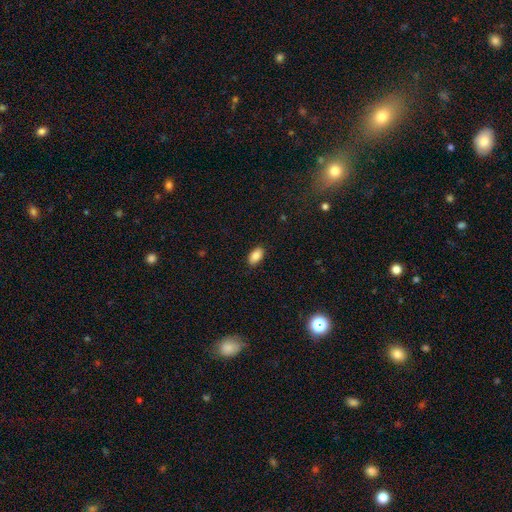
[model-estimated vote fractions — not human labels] Smooth or featured: smooth — 87% (star or artifact — 8%)
How rounded: in between — 93% (round — 4%)
Merging: none — 88% (minor disturbance — 9%)